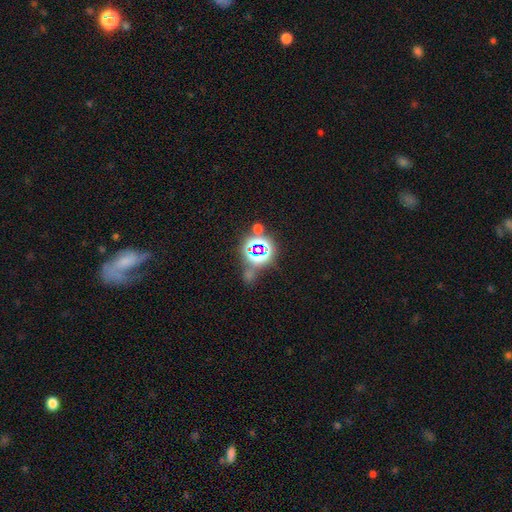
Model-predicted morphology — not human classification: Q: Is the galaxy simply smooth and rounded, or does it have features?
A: star or artifact — 69%.